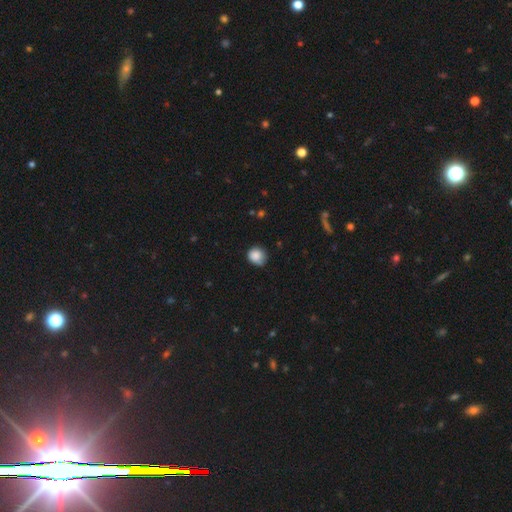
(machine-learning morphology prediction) Smooth or featured? Predicted: smooth (p=0.85). How rounded? Predicted: round (p=0.81). Merging? Predicted: none (p=0.63).